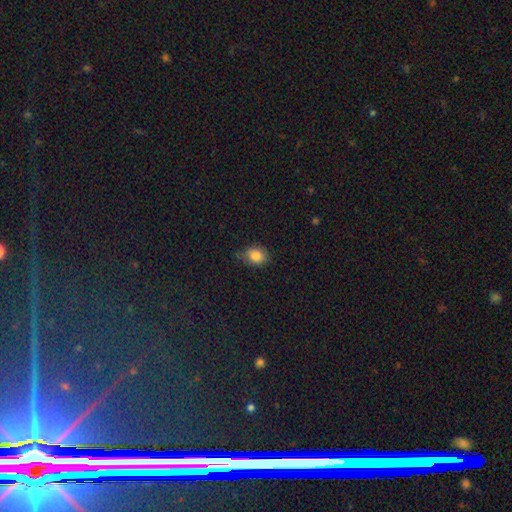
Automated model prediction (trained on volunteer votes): This is clearly a smooth galaxy (85%). How rounded: possibly round (50%). Merging: likely none (70%).